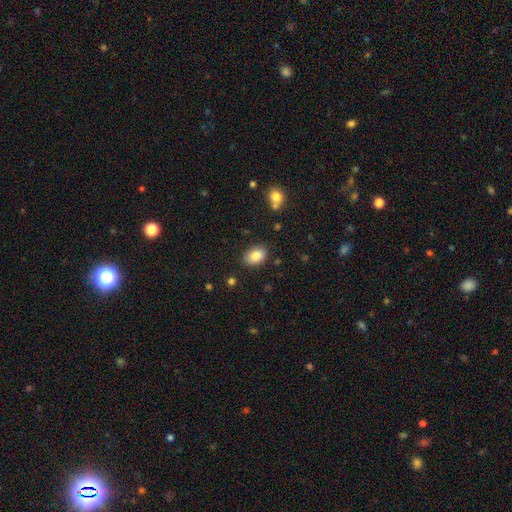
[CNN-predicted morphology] Overall: smooth (86%). How rounded: in between (86%). Merging: none (84%).